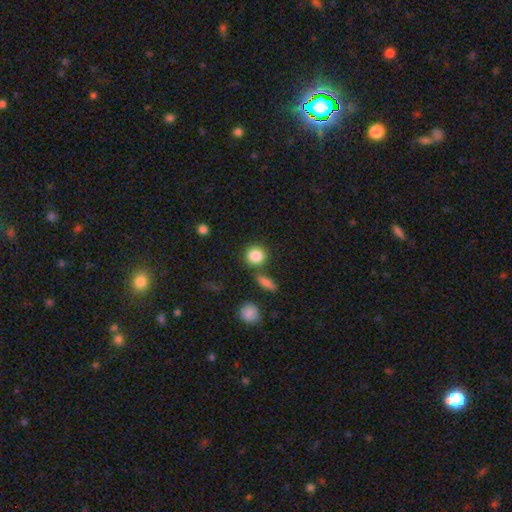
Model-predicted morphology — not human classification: A smooth galaxy with no disk features (86%) that is round (85%). Merging: none (74%).